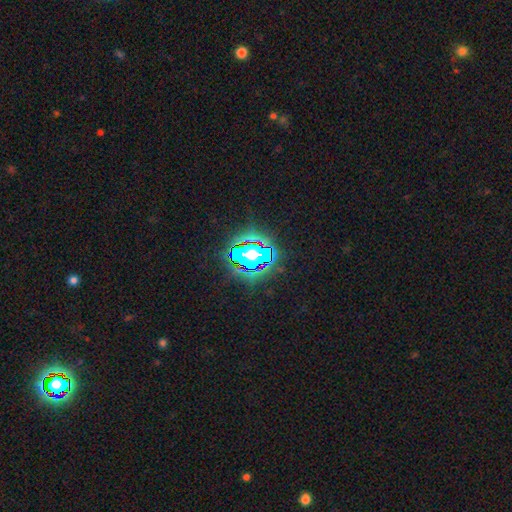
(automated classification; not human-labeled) smooth_or_featured: star or artifact (p=0.67) [alt: smooth p=0.18]